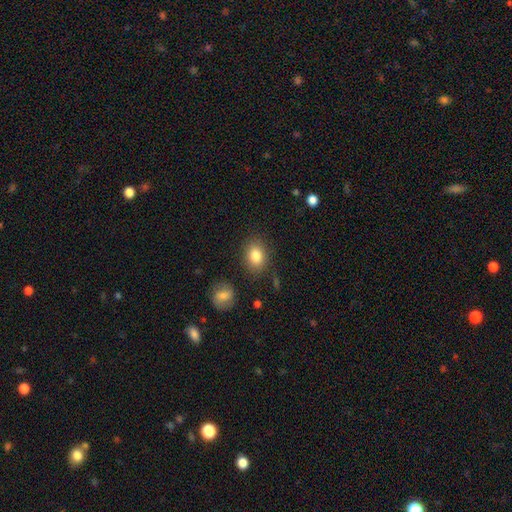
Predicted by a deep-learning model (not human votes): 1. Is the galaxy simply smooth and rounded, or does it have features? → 84% smooth, 9% star or artifact, 8% featured or disk.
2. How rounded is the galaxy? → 68% in between, 31% round, 1% cigar-shaped.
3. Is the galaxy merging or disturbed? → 82% none, 11% minor disturbance, 3% major disturbance, 3% merger.